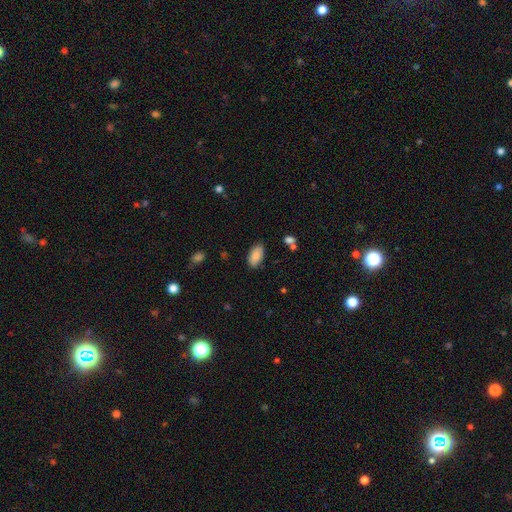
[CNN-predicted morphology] Smooth or featured? Predicted: smooth (p=0.86). How rounded? Predicted: in between (p=0.94). Merging? Predicted: none (p=0.84).